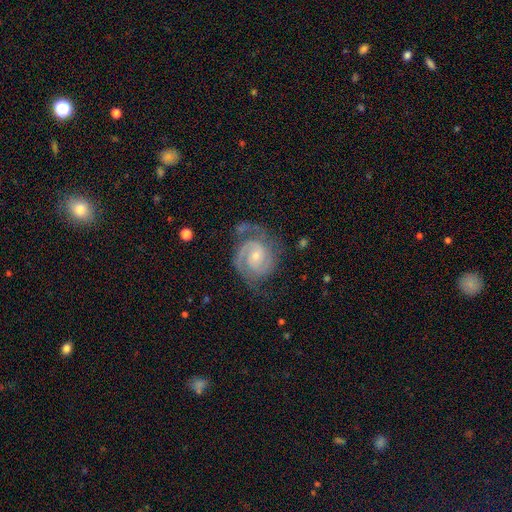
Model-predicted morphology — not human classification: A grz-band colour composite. It shows a featured or disk galaxy (89%) with no bar (58%), 2 (74%) tight (61%) spiral arms (98%) and a small central bulge (65%). Merging: none (67%).